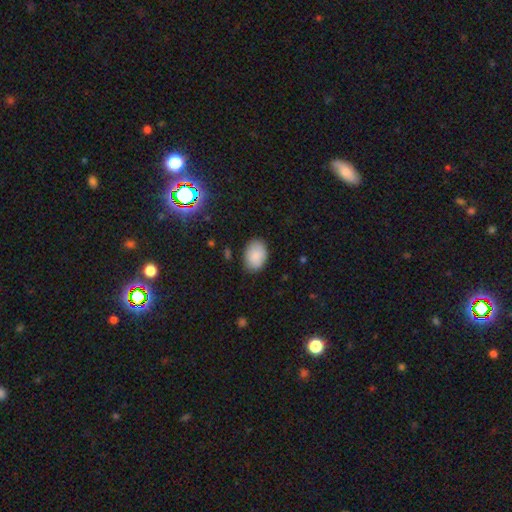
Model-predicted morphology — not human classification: The model was most divided on "how rounded": in between: 81%, round: 18%, cigar-shaped: 1%. More confident: smooth or featured — smooth (87%); merging — none (83%).